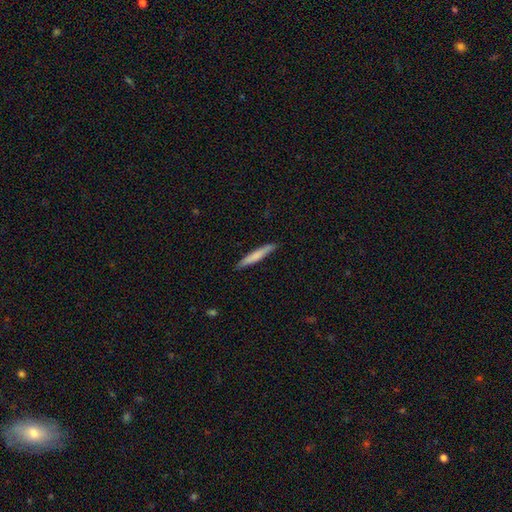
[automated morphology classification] Smooth or featured: smooth — 71% (featured or disk — 23%)
How rounded: cigar-shaped — 95% (in between — 4%)
Merging: none — 89% (minor disturbance — 9%)